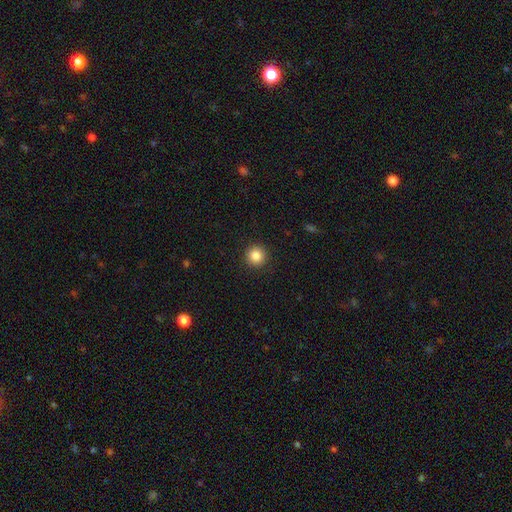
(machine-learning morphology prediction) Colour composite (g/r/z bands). It shows a smooth galaxy with no disk features (85%) that is round (95%). Merging: none (92%).